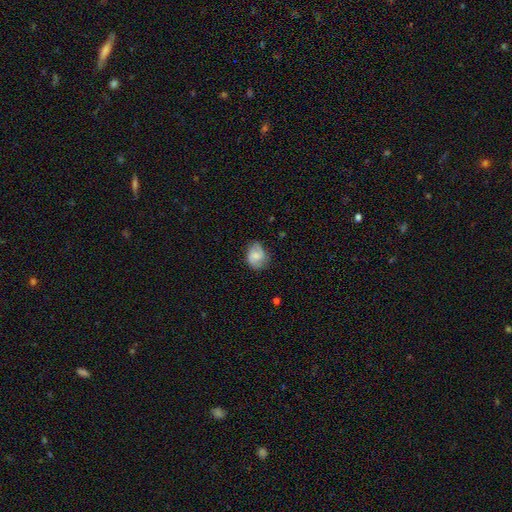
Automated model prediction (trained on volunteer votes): smooth_or_featured: smooth (p=0.46) [tied with: featured or disk p=0.46]
merging: none (p=0.69) [alt: minor disturbance p=0.23]